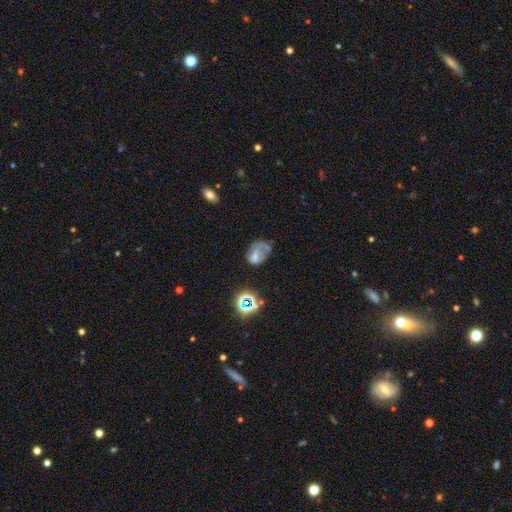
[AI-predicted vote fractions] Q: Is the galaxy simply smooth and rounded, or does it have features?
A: smooth — 42%.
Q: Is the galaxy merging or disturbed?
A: major disturbance — 36%.